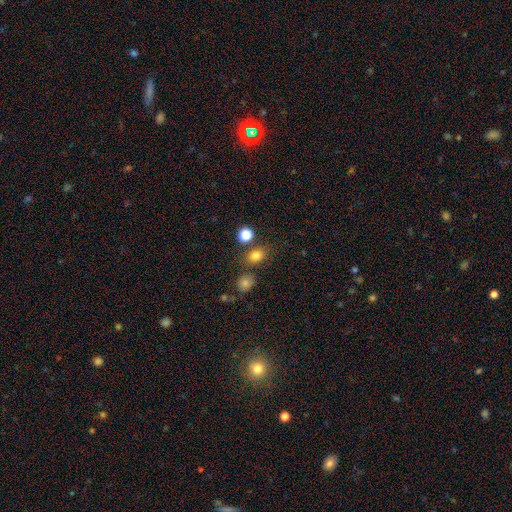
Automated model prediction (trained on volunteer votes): Smooth or featured? smooth (78%)
How rounded? round (52%)
Merging? none (72%)